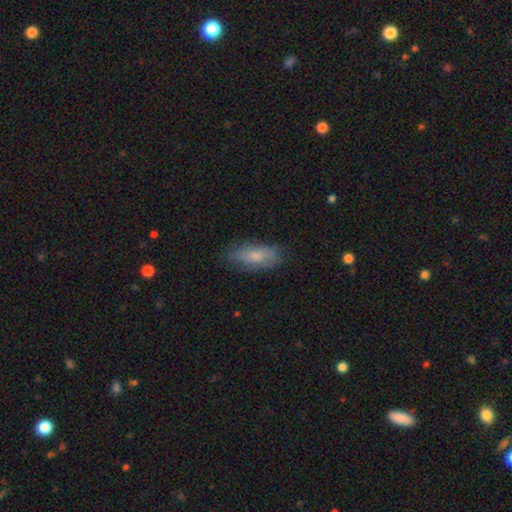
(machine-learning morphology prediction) This is likely a smooth galaxy (70%). How rounded: likely in between (78%). Merging: likely none (74%).